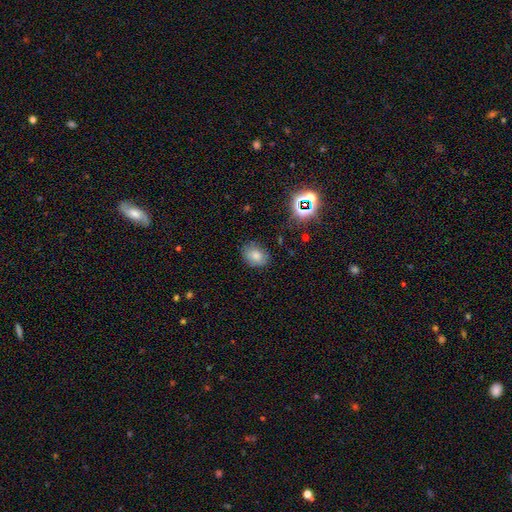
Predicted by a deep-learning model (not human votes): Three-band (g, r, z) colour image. It shows a smooth galaxy with no disk features (73%) that is in between round and cigar-shaped (61%). Merging: none (76%).